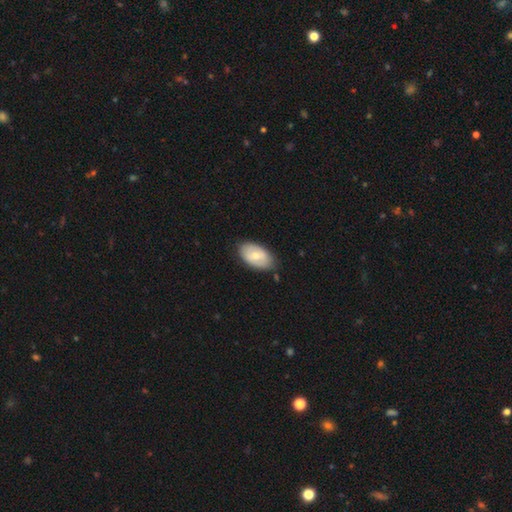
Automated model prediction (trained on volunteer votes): This is likely a smooth galaxy (67%). How rounded: clearly in between (94%). Merging: likely none (78%).